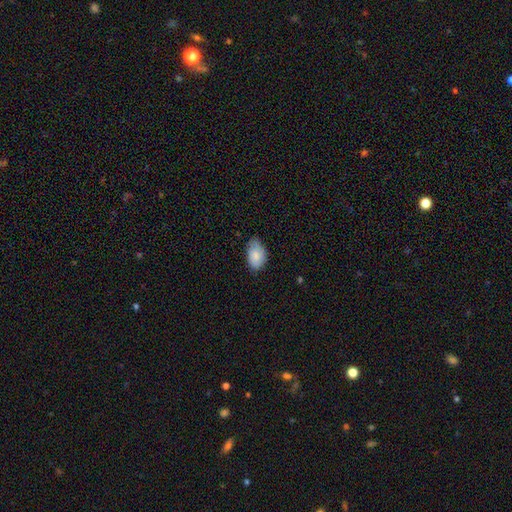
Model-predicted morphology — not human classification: This appears to be a smooth galaxy with no disk features (82%) that is in between round and cigar-shaped (91%). Merging: none (60%).